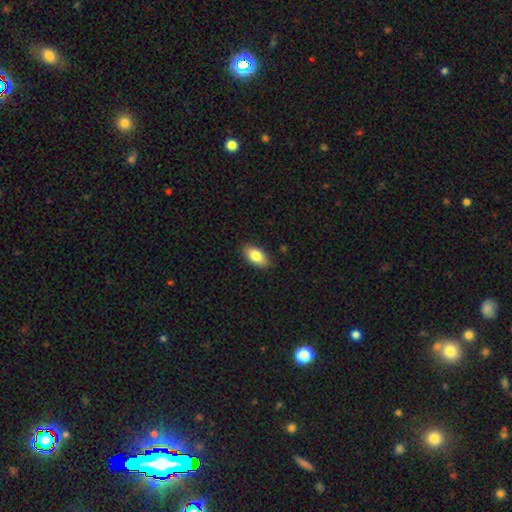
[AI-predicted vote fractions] This is clearly a smooth galaxy (82%). How rounded: clearly in between (92%). Merging: clearly none (87%).